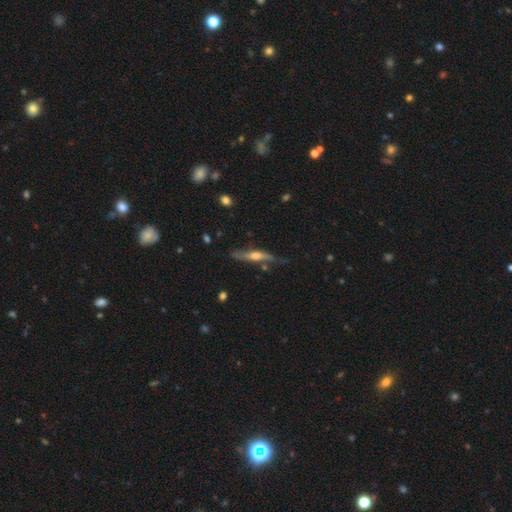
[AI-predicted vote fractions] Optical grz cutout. It shows a featured or disk galaxy (68%) viewed edge-on (89%) with a rounded central bulge (87%). Merging: none (66%).